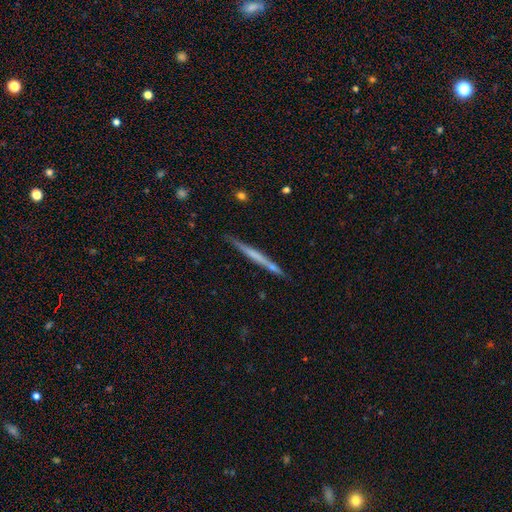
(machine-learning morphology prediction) Smooth or featured? Predicted: featured or disk (p=0.52). Edge-on disk? Predicted: yes (p=0.97). Edge-on bulge? Predicted: none (p=0.81). Merging? Predicted: none (p=0.86).